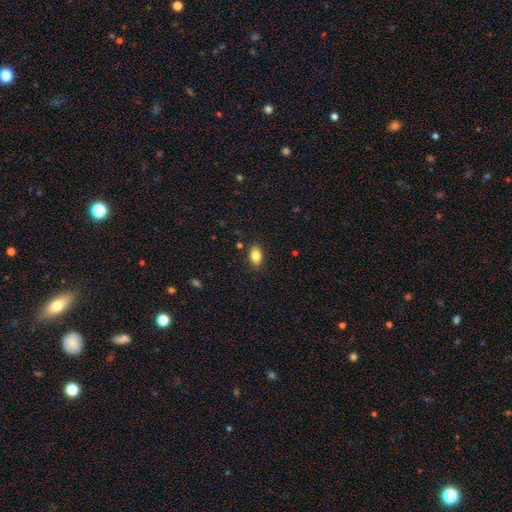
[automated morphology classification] This appears to be a smooth galaxy with no disk features (84%) that is in between round and cigar-shaped (87%). Merging: none (86%).